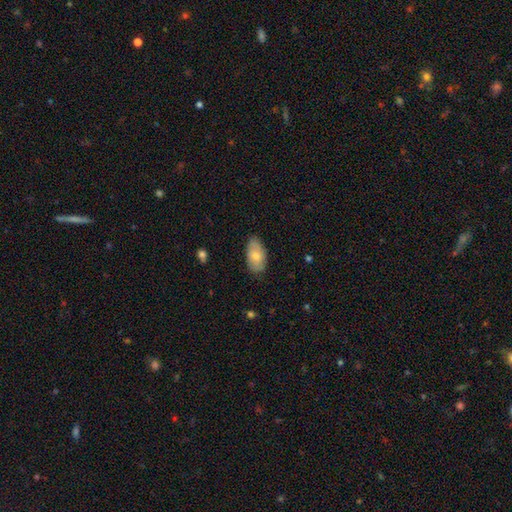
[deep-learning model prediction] This is likely a smooth galaxy (73%). How rounded: clearly in between (94%). Merging: likely none (80%).